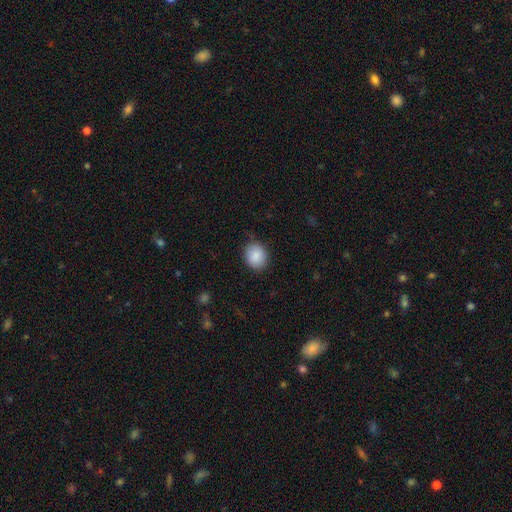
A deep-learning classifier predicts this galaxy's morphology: This is clearly a smooth galaxy (88%). How rounded: likely round (69%). Merging: clearly none (83%).